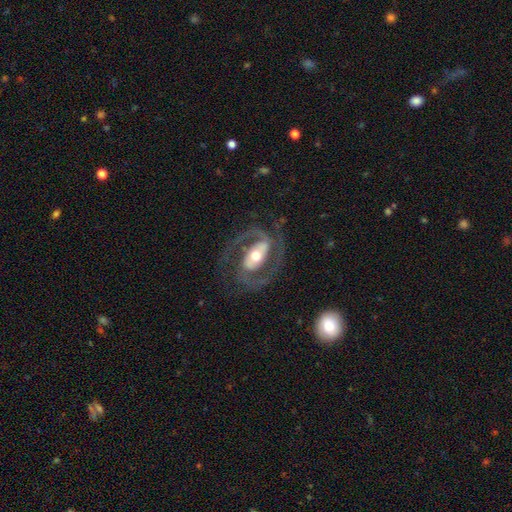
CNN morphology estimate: Q: Smooth or featured?
A: featured or disk (89%); runner-up: smooth (6%)
Q: Edge-on disk?
A: no (97%); runner-up: yes (3%)
Q: Bar?
A: strong (44%); runner-up: weak (31%)
Q: Spiral arms?
A: yes (95%); runner-up: no (5%)
Q: Spiral winding?
A: medium (58%); runner-up: tight (27%)
Q: Spiral arm count?
A: 2 (91%); runner-up: can't tell (3%)
Q: Bulge size?
A: moderate (67%); runner-up: small (16%)
Q: Merging?
A: none (75%); runner-up: minor disturbance (13%)